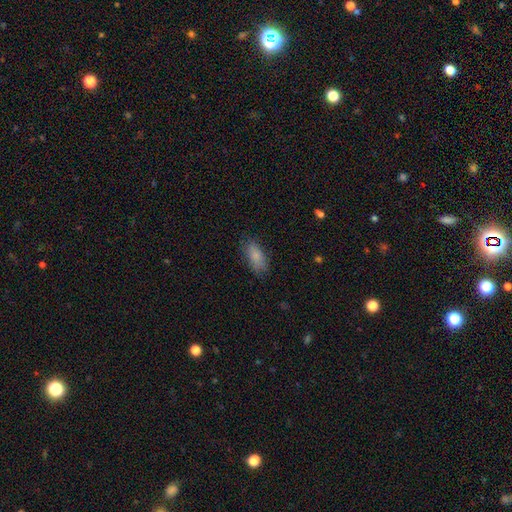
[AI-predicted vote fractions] Smooth or featured? smooth (83%)
How rounded? in between (84%)
Merging? none (77%)